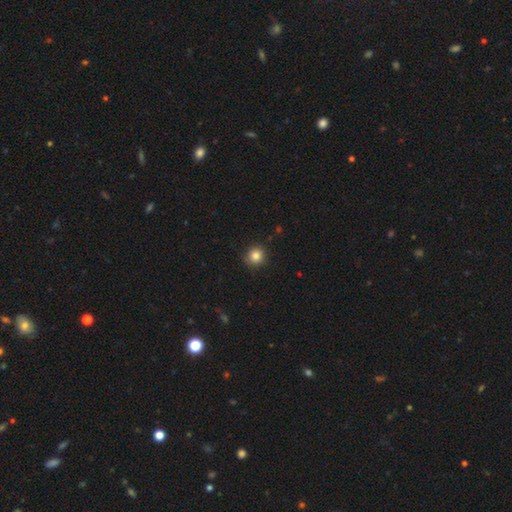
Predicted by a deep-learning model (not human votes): Q: Smooth or featured?
A: smooth (84%); runner-up: star or artifact (11%)
Q: How rounded?
A: round (92%); runner-up: in between (7%)
Q: Merging?
A: none (89%); runner-up: minor disturbance (8%)